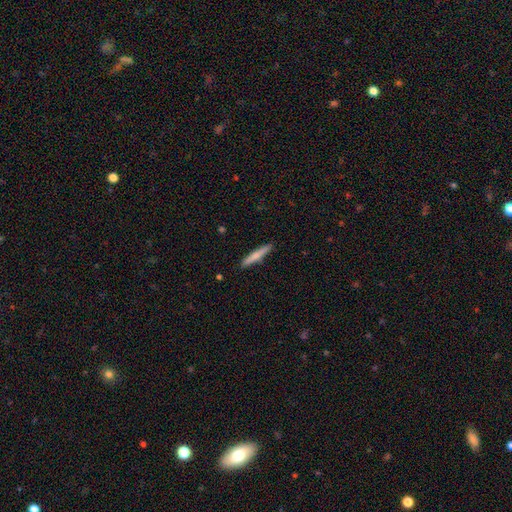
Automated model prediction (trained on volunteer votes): Morphology: type=smooth (71%); roundness=cigar-shaped (94%); merging=none (91%).